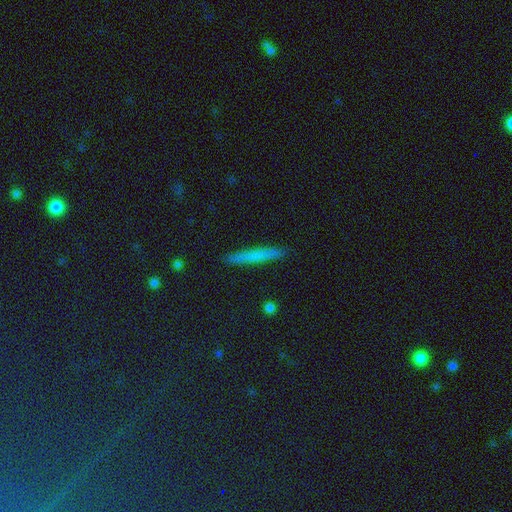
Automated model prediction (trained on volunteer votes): A smooth galaxy with no disk features (66%) that is cigar-shaped (95%).

Vote fractions:
- Smooth or featured? smooth: 66% / featured or disk: 25% / star or artifact: 10%
- How rounded? cigar-shaped: 95% / in between: 3% / round: 2%
- Merging? none: 92% / minor disturbance: 6% / major disturbance: 1% / merger: 1%